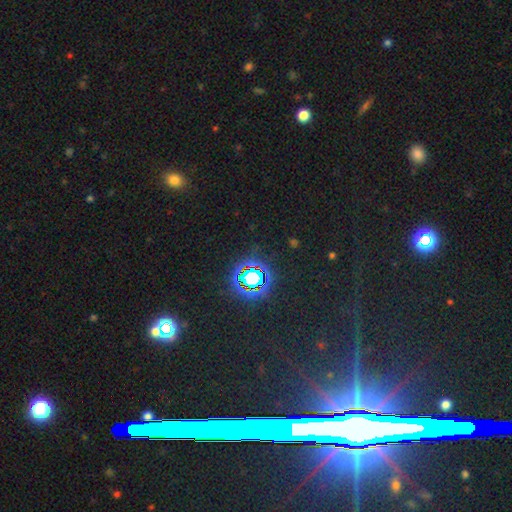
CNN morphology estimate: A star or artifact, not a galaxy (75%).